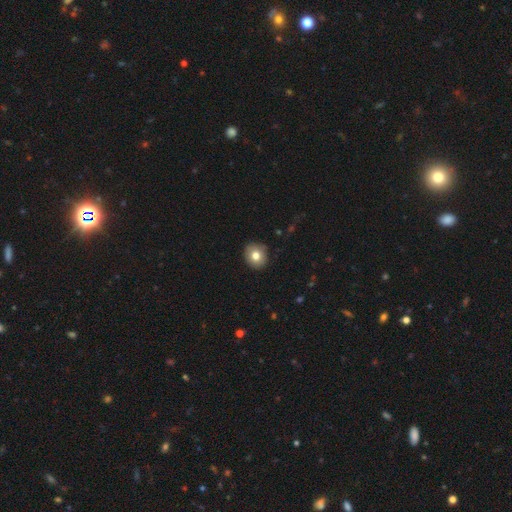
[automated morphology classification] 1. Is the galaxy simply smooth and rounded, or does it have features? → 78% smooth, 13% featured or disk, 9% star or artifact.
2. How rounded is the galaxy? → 77% round, 23% in between, 1% cigar-shaped.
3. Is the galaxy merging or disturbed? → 88% none, 9% minor disturbance, 2% major disturbance, 1% merger.